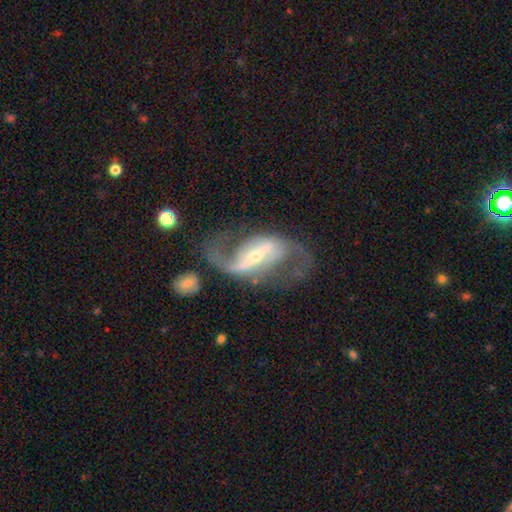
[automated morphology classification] Q: Smooth or featured?
A: featured or disk (90%); runner-up: star or artifact (5%)
Q: Edge-on disk?
A: no (96%); runner-up: yes (4%)
Q: Bar?
A: strong (61%); runner-up: weak (28%)
Q: Spiral arms?
A: yes (95%); runner-up: no (5%)
Q: Spiral winding?
A: loose (63%); runner-up: medium (30%)
Q: Spiral arm count?
A: 2 (91%); runner-up: 1 (3%)
Q: Bulge size?
A: small (66%); runner-up: moderate (29%)
Q: Merging?
A: none (65%); runner-up: major disturbance (16%)